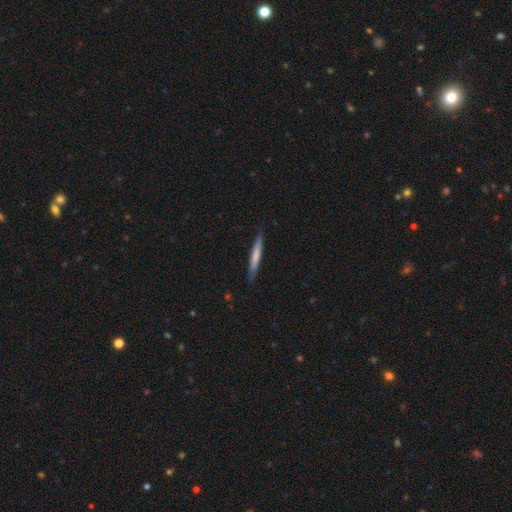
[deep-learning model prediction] Smooth or featured? smooth (67%)
How rounded? cigar-shaped (96%)
Merging? none (86%)